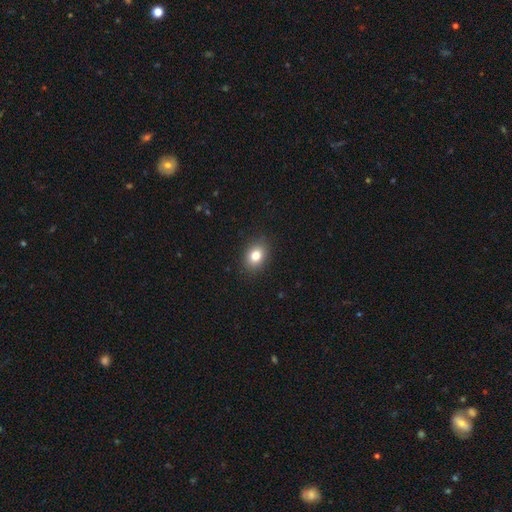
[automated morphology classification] type=smooth (81%); roundness=in between (62%); merging=none (89%).